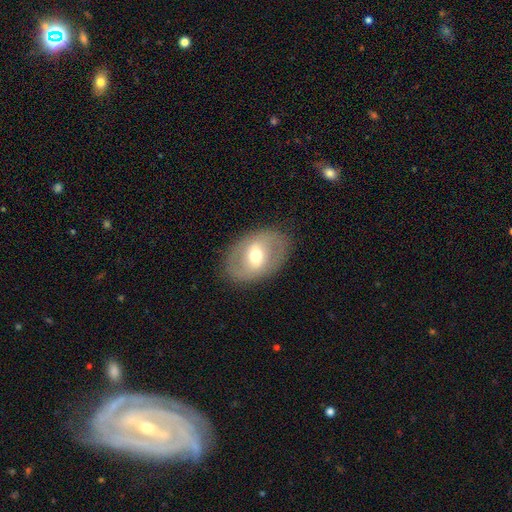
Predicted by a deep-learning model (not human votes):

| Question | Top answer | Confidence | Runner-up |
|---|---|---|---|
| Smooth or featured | featured or disk | 55% | smooth (39%) |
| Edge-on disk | no | 91% | yes (9%) |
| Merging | none | 84% | minor disturbance (10%) |